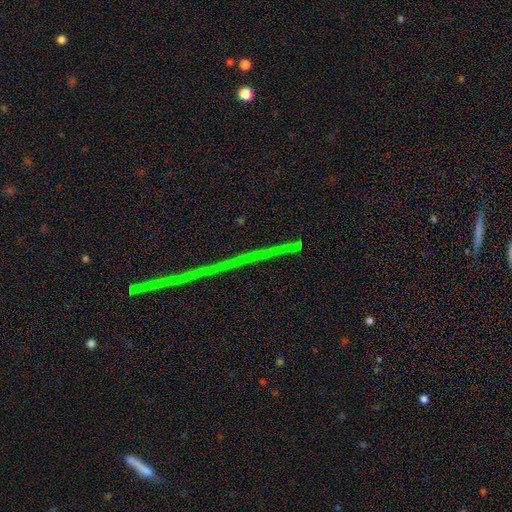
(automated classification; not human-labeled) Overall: star or artifact (81%).